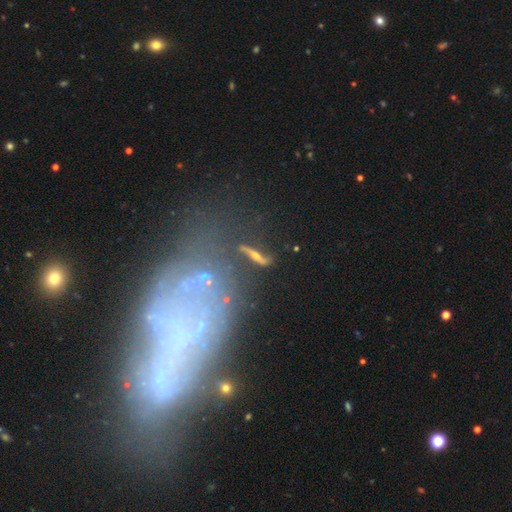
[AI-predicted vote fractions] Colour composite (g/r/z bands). It shows a featured or disk galaxy (60%) viewed edge-on (60%). Merging: none (67%).